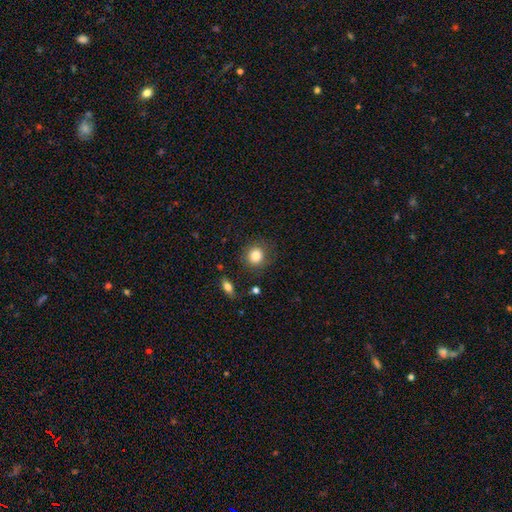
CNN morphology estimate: Overall: smooth (84%). How rounded: round (85%). Merging: none (83%).